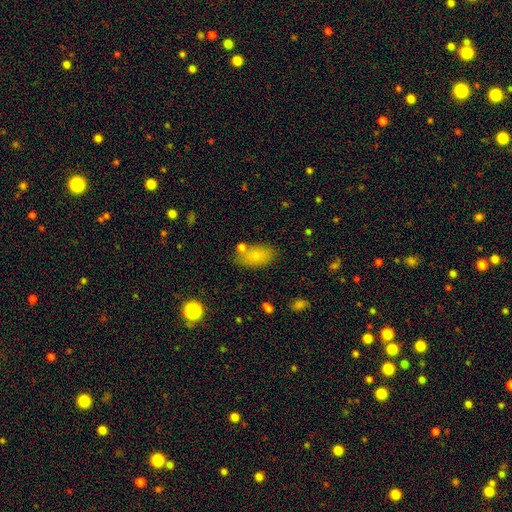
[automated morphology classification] Q: Smooth or featured?
A: smooth (81%); runner-up: featured or disk (11%)
Q: How rounded?
A: in between (92%); runner-up: round (6%)
Q: Merging?
A: none (69%); runner-up: minor disturbance (16%)